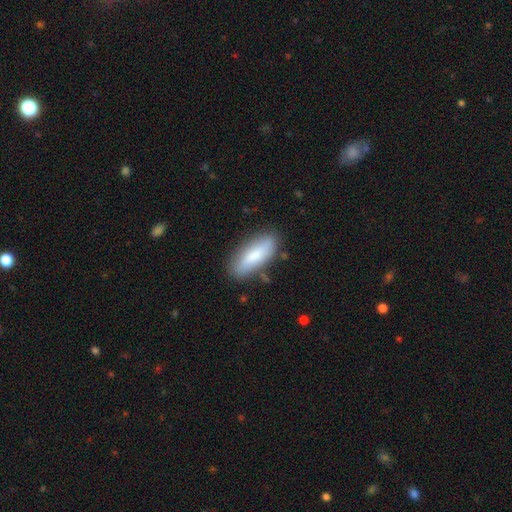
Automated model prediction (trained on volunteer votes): Smooth or featured? Predicted: smooth (p=0.77). How rounded? Predicted: in between (p=0.67). Merging? Predicted: none (p=0.80).